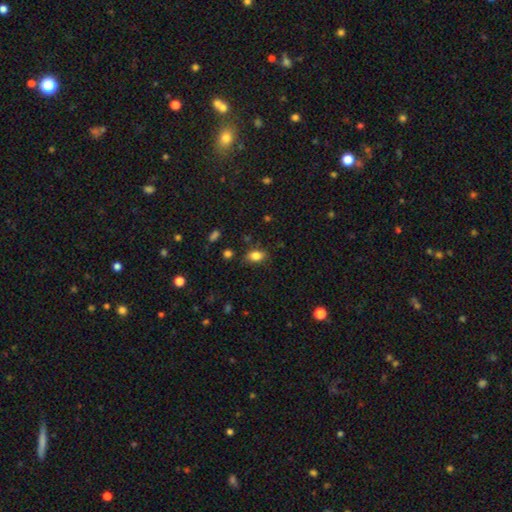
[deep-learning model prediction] This appears to be a smooth galaxy with no disk features (83%) that is in between round and cigar-shaped (83%). Merging: none (80%).